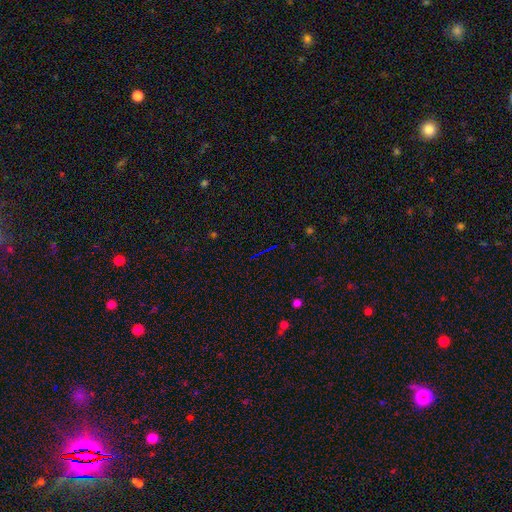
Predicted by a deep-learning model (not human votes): Q: Smooth or featured?
A: star or artifact (71%); runner-up: smooth (16%)